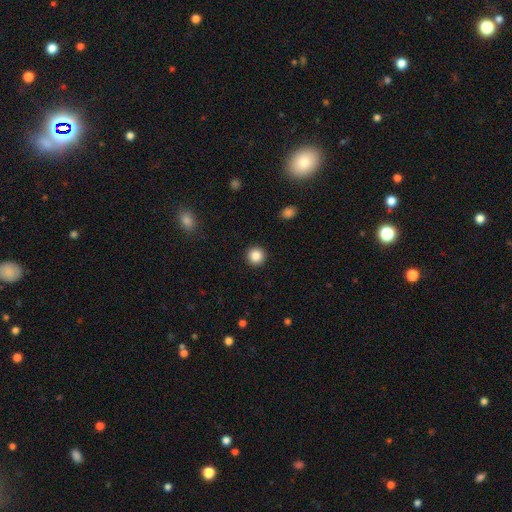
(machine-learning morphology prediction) Smooth or featured? Predicted: smooth (p=0.86). How rounded? Predicted: round (p=0.95). Merging? Predicted: none (p=0.93).